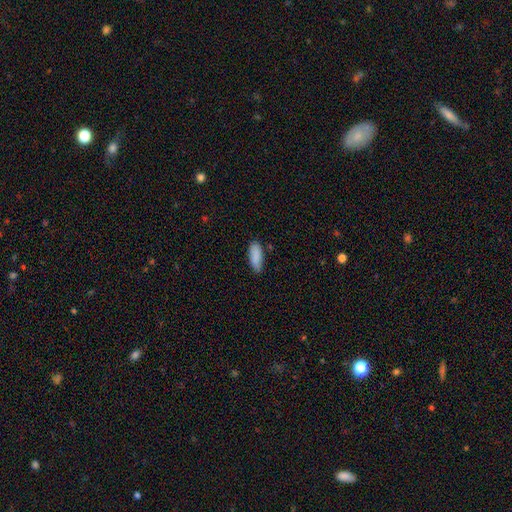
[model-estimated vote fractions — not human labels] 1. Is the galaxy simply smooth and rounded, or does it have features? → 89% smooth, 6% star or artifact, 5% featured or disk.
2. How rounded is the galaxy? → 73% in between, 25% cigar-shaped, 2% round.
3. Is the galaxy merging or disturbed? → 80% none, 15% minor disturbance, 3% major disturbance, 2% merger.